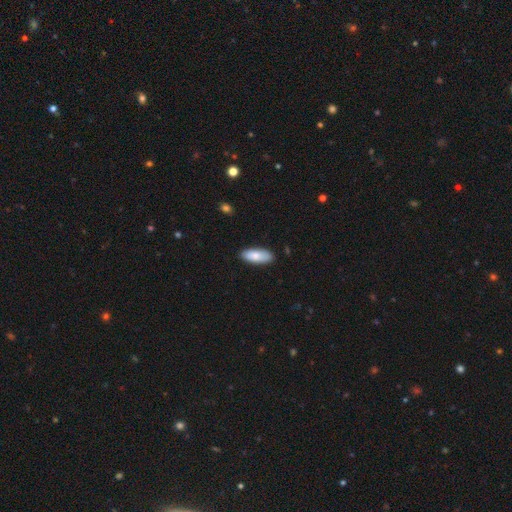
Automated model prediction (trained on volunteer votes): This is clearly a smooth galaxy (83%). How rounded: clearly in between (80%). Merging: clearly none (86%).